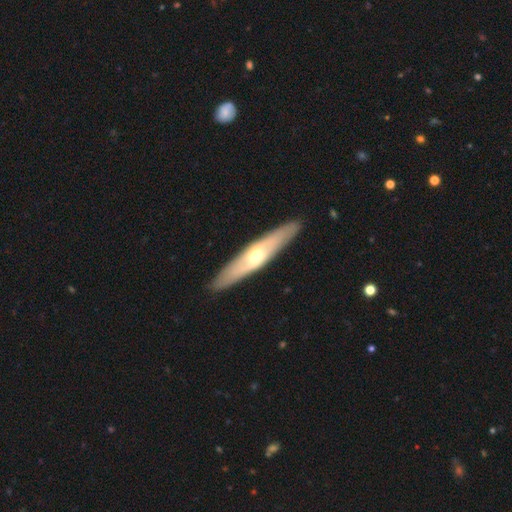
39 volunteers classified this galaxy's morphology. smooth_or_featured: featured or disk (p=0.62) [alt: smooth p=0.31]
disk_edge_on: yes (p=0.88) [alt: no p=0.12]
edge_on_bulge: rounded (p=0.86) [alt: boxy p=0.10]
merging: none (p=1.00)